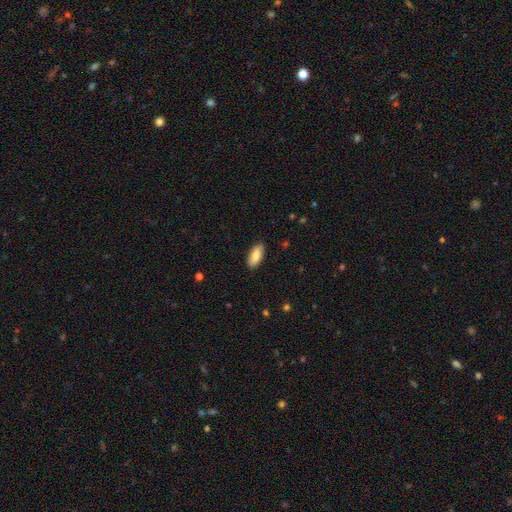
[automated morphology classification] The model was most divided on "smooth or featured": smooth: 83%, featured or disk: 12%, star or artifact: 6%. More confident: merging — none (88%); how rounded — in between (85%).